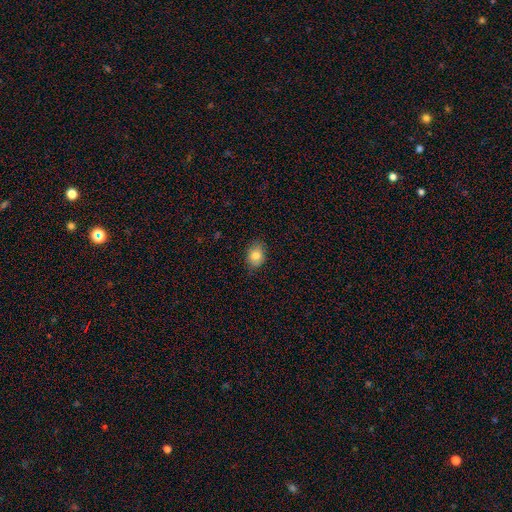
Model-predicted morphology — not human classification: A smooth galaxy with no disk features (81%) that is in between round and cigar-shaped (63%). Merging: none (82%).